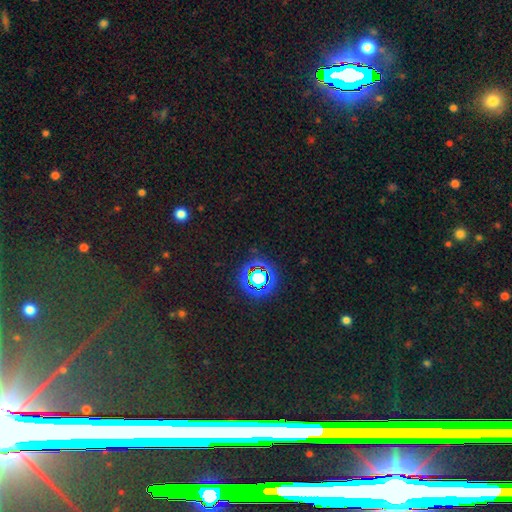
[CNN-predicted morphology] smooth_or_featured: star or artifact (p=0.74) [alt: smooth p=0.14]